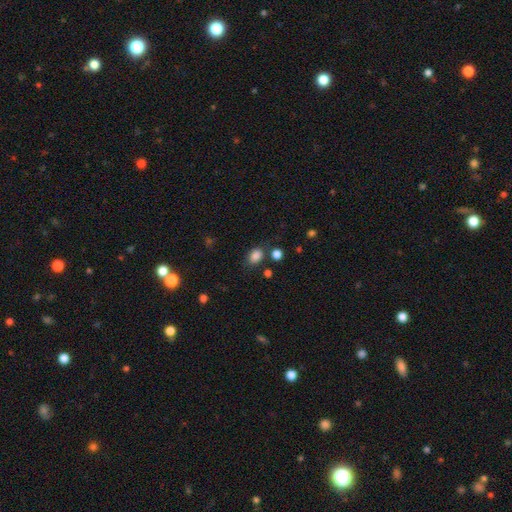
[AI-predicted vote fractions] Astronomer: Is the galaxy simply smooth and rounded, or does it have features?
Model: smooth — 84%.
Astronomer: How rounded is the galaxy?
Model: in between — 64%.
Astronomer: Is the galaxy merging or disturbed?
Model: none — 73%.